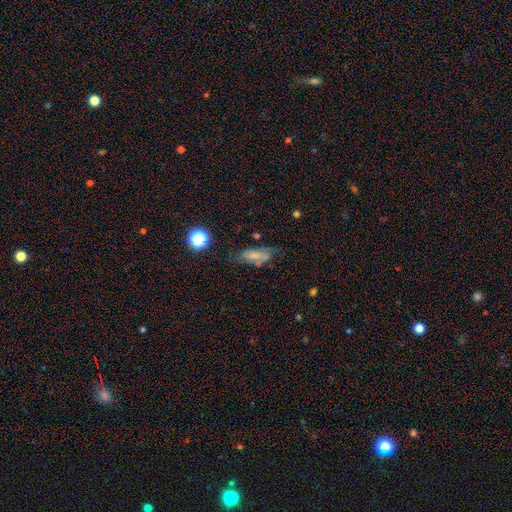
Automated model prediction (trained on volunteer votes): A smooth galaxy with no disk features (52%) that is in between round and cigar-shaped (75%).

Vote fractions:
- Smooth or featured? smooth: 52% / featured or disk: 33% / star or artifact: 14%
- How rounded? in between: 75% / cigar-shaped: 19% / round: 7%
- Merging? none: 52% / minor disturbance: 27% / major disturbance: 15% / merger: 5%